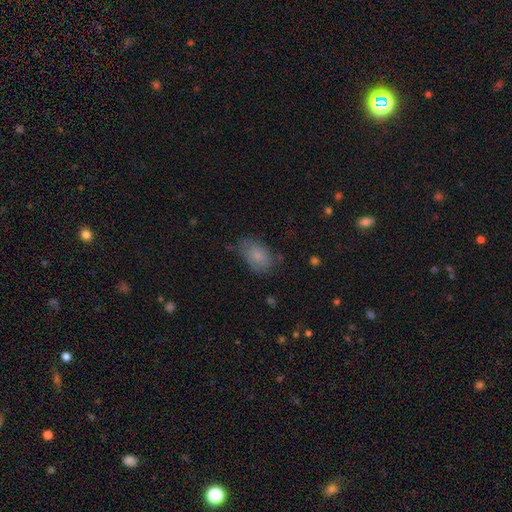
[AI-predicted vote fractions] Morphology: type=smooth (79%); roundness=in between (90%); merging=none (69%).